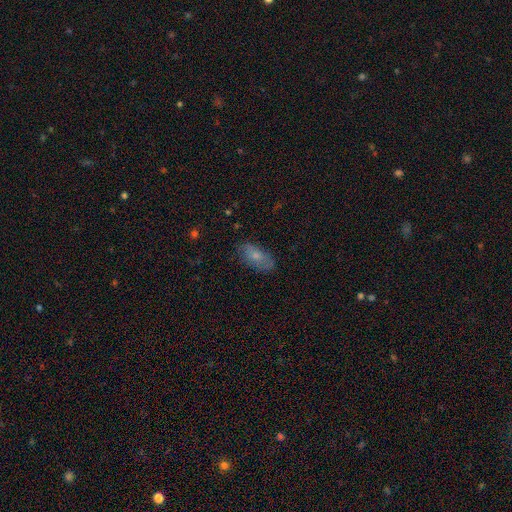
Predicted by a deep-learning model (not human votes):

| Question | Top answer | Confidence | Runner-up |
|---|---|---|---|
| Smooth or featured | smooth | 69% | featured or disk (23%) |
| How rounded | in between | 88% | cigar-shaped (9%) |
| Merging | none | 74% | minor disturbance (19%) |